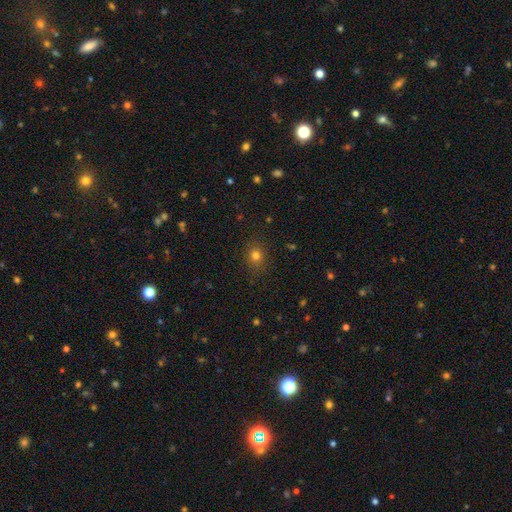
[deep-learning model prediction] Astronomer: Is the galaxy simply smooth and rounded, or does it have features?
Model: smooth — 77%.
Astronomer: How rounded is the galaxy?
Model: round — 74%.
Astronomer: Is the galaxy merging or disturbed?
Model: none — 86%.